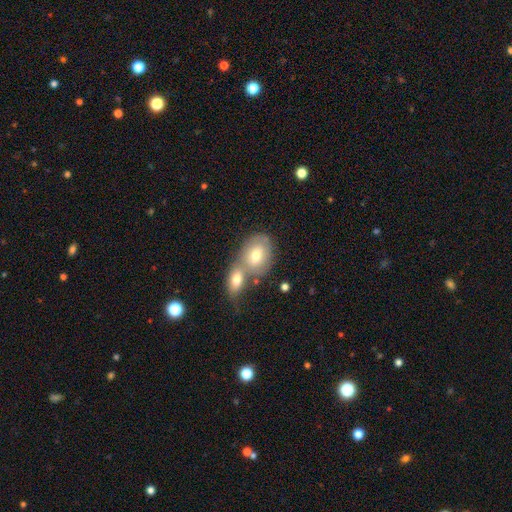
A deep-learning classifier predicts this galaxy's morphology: smooth-or-featured: smooth: 59% | featured or disk: 33% | star or artifact: 8%
  how-rounded: in between: 69% | round: 29% | cigar-shaped: 2%
  merging: merger: 54% | none: 32% | minor disturbance: 10% | major disturbance: 4%